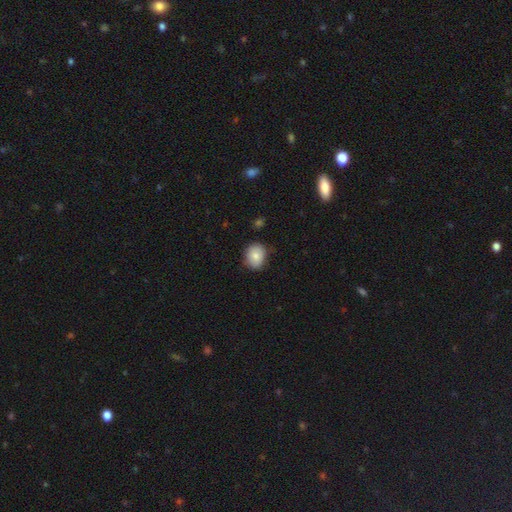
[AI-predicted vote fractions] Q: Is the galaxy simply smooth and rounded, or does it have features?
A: smooth — 83%.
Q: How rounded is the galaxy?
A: round — 56%.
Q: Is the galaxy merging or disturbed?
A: none — 78%.